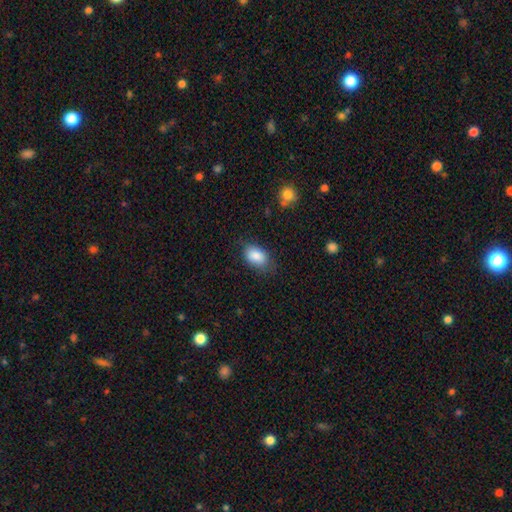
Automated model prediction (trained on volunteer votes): Smooth or featured?
  - smooth: 87% *
  - star or artifact: 7%
  - featured or disk: 6%
How rounded?
  - in between: 89% *
  - round: 10%
  - cigar-shaped: 1%
Merging?
  - none: 75% *
  - minor disturbance: 19%
  - major disturbance: 5%
  - merger: 1%